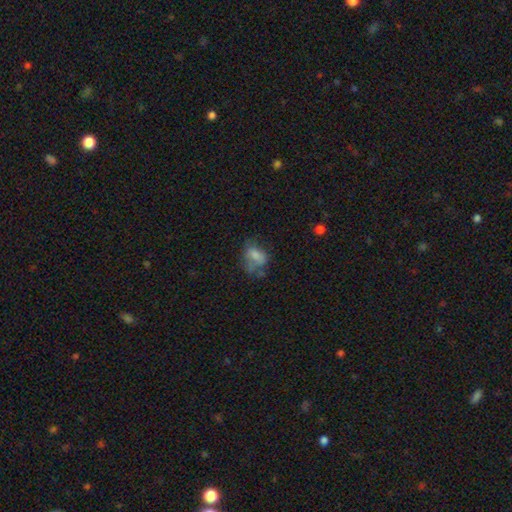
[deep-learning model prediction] Smooth or featured?
  - smooth: 64% *
  - featured or disk: 25%
  - star or artifact: 12%
How rounded?
  - in between: 76% *
  - round: 22%
  - cigar-shaped: 2%
Merging?
  - none: 33% *
  - major disturbance: 31%
  - minor disturbance: 26%
  - merger: 9%